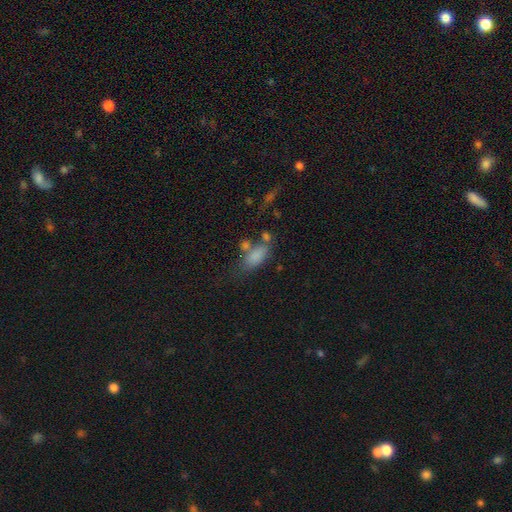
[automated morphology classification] Overall: smooth (79%). How rounded: in between (84%). Merging: none (45%; minor disturbance 21%).